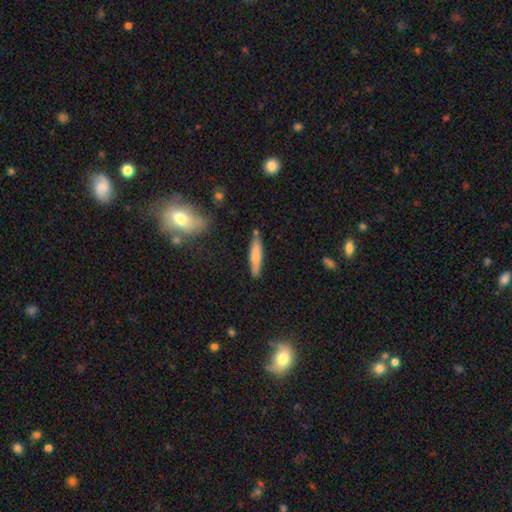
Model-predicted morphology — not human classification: Q: Smooth or featured?
A: smooth (74%); runner-up: featured or disk (20%)
Q: How rounded?
A: cigar-shaped (85%); runner-up: in between (14%)
Q: Merging?
A: none (81%); runner-up: minor disturbance (13%)